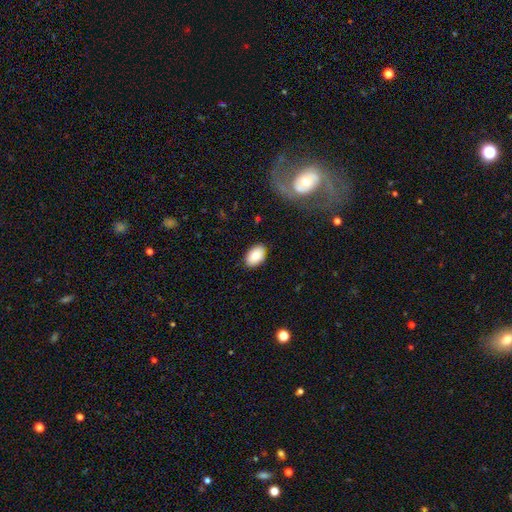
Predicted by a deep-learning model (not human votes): Smooth or featured? smooth (84%)
How rounded? in between (91%)
Merging? none (87%)